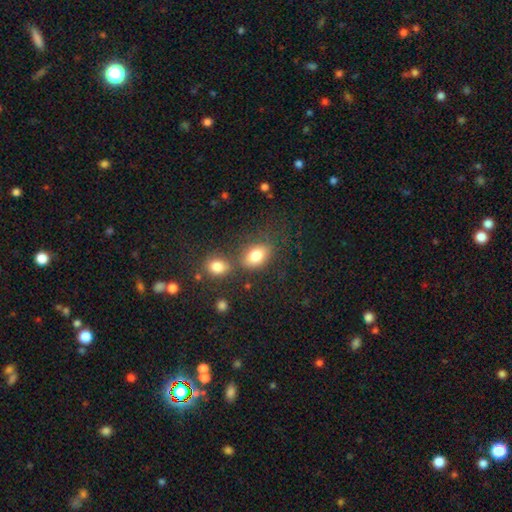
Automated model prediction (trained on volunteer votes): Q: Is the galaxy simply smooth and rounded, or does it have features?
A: smooth — 81%.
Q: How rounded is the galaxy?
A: in between — 80%.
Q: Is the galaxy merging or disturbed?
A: none — 57%.